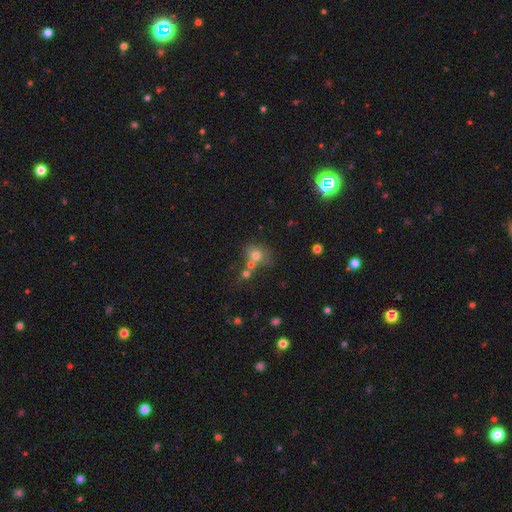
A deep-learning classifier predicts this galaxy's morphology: This appears to be a smooth galaxy with no disk features (70%) that is round (62%). Merging: none (48%).